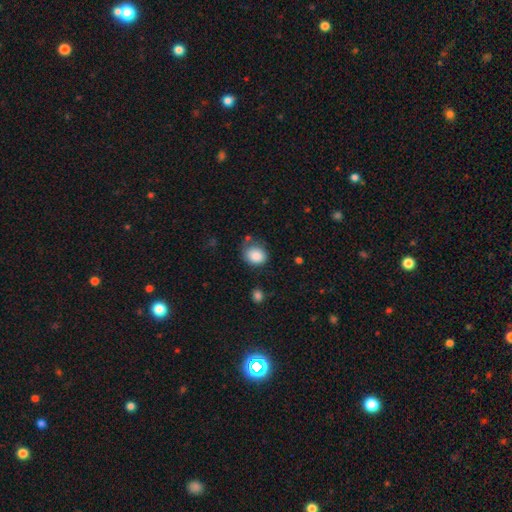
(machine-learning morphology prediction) A smooth galaxy with no disk features (87%) that is round (57%). Merging: none (66%).